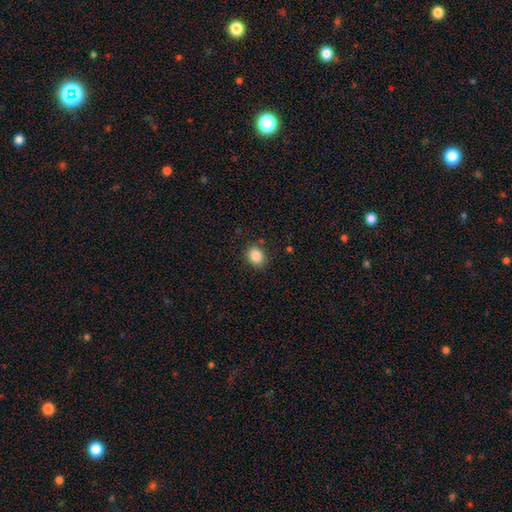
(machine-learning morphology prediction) A smooth galaxy with no disk features (87%) that is in between round and cigar-shaped (55%). Merging: none (86%).